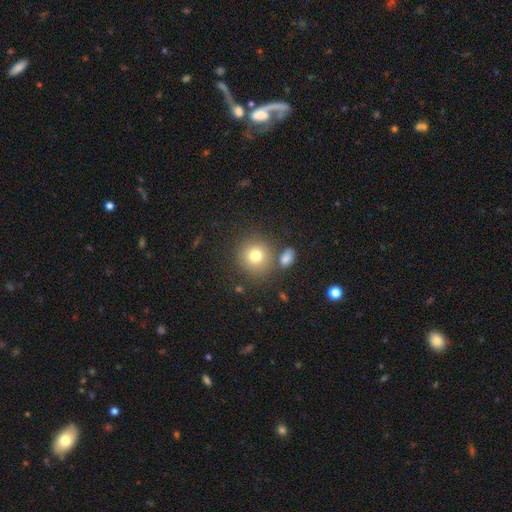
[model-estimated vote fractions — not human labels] Smooth or featured: smooth — 78% (star or artifact — 12%)
How rounded: round — 89% (in between — 10%)
Merging: none — 74% (merger — 12%)